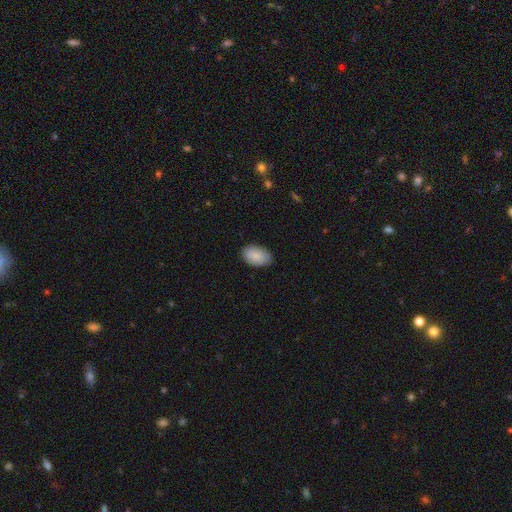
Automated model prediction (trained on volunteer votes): Overall: smooth (88%). How rounded: in between (92%). Merging: none (83%).